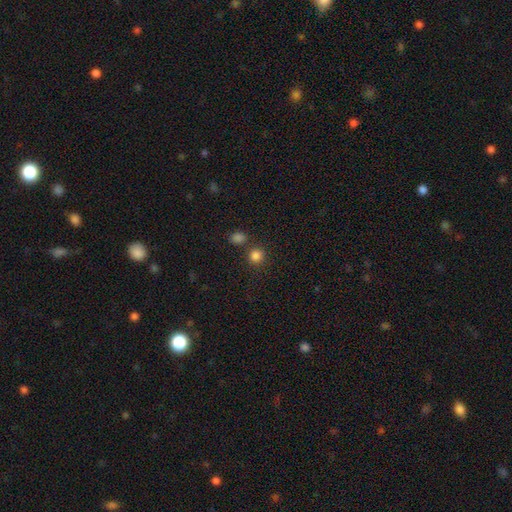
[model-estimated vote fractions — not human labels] Overall: smooth (83%). How rounded: round (89%). Merging: none (75%).